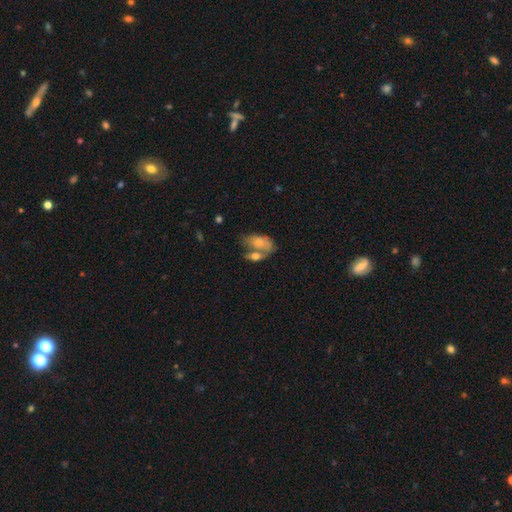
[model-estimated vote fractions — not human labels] Smooth or featured?
  - smooth: 70% *
  - featured or disk: 23%
  - star or artifact: 8%
How rounded?
  - in between: 85% *
  - round: 10%
  - cigar-shaped: 5%
Merging?
  - merger: 51% *
  - none: 27%
  - minor disturbance: 13%
  - major disturbance: 9%